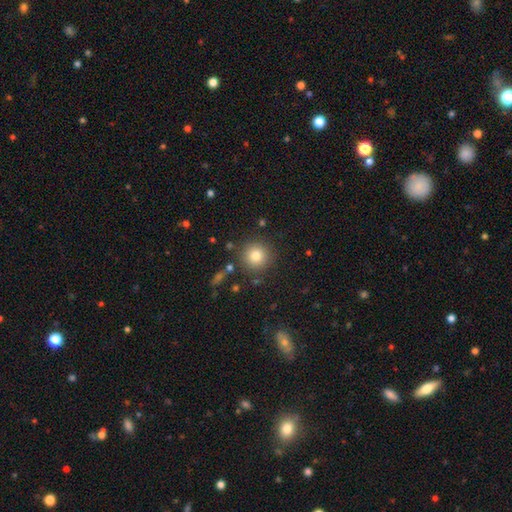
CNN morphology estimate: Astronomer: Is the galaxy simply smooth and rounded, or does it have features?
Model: smooth — 81%.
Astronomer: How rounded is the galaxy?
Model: round — 94%.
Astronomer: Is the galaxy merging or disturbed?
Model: none — 87%.